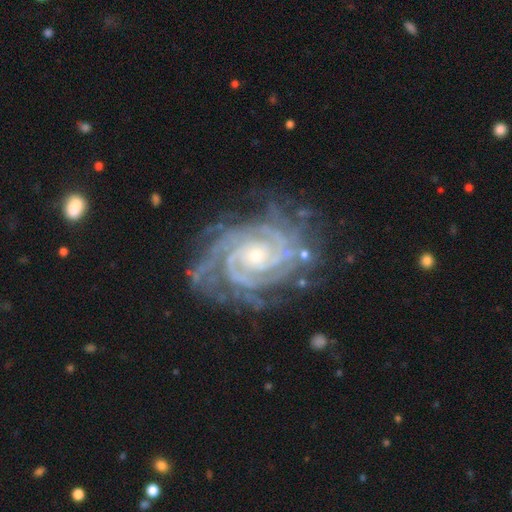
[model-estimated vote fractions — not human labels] Smooth or featured?
  - featured or disk: 93% *
  - star or artifact: 5%
  - smooth: 3%
Edge-on disk?
  - no: 97% *
  - yes: 3%
Bar?
  - no: 69% *
  - weak: 20%
  - strong: 11%
Spiral arms?
  - yes: 99% *
  - no: 1%
Spiral winding?
  - tight: 82% *
  - medium: 16%
  - loose: 2%
Spiral arm count?
  - 4: 23% *
  - 3: 22%
  - 2: 19%
  - can't tell: 15%
  - more than 4: 13%
  - 1: 8%
Bulge size?
  - small: 68% *
  - moderate: 28%
  - large: 2%
  - none: 1%
  - dominant: 1%
Merging?
  - none: 74% *
  - minor disturbance: 17%
  - major disturbance: 7%
  - merger: 2%